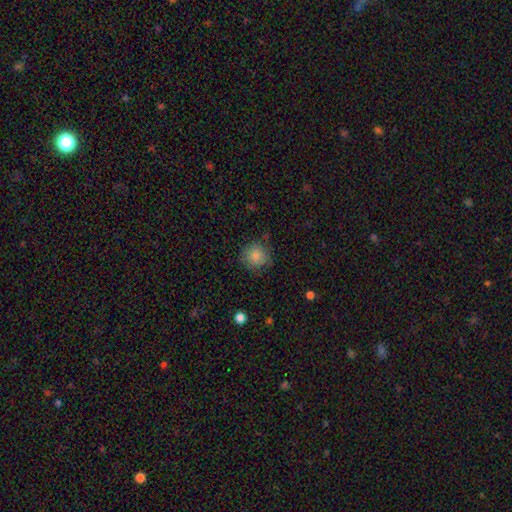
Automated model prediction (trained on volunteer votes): The model was most divided on "merging": none: 81%, minor disturbance: 14%, major disturbance: 4%, merger: 2%. More confident: how rounded — round (92%); smooth or featured — smooth (84%).